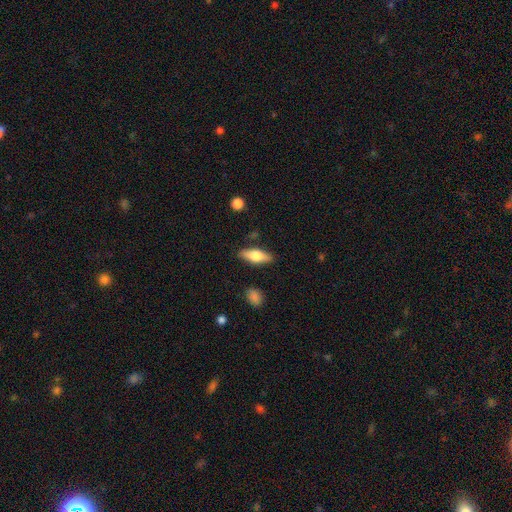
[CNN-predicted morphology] smooth 56%, featured or disk 38%, star or artifact 6%. Down the decision tree: how rounded — in between (62%); merging — none (85%).